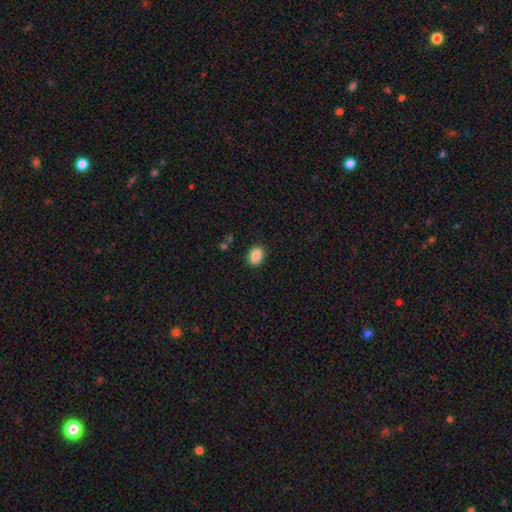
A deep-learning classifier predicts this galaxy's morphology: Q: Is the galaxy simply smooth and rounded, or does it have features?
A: smooth — 88%.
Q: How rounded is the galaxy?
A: in between — 68%.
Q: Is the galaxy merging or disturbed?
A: none — 89%.